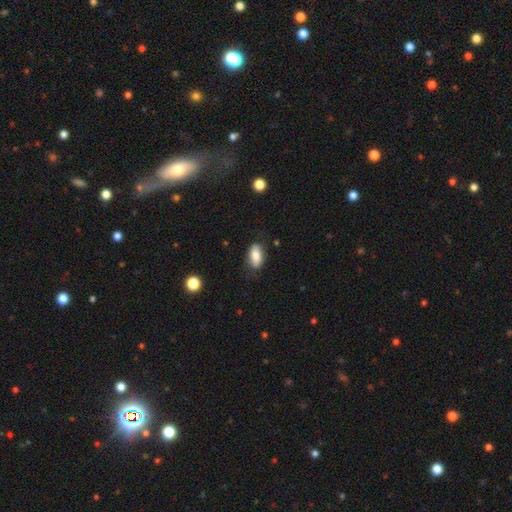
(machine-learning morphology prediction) Smooth or featured? Predicted: smooth (p=0.82). How rounded? Predicted: in between (p=0.89). Merging? Predicted: none (p=0.79).